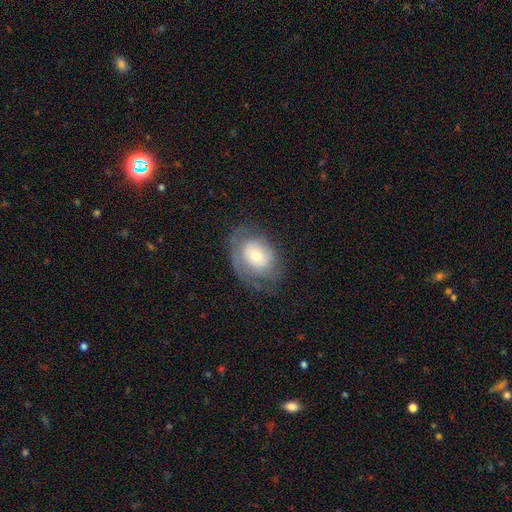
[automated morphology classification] Smooth or featured?
  - featured or disk: 46% * (tied)
  - smooth: 46% * (tied)
  - star or artifact: 8%
Merging?
  - none: 58% *
  - minor disturbance: 24%
  - major disturbance: 17%
  - merger: 1%